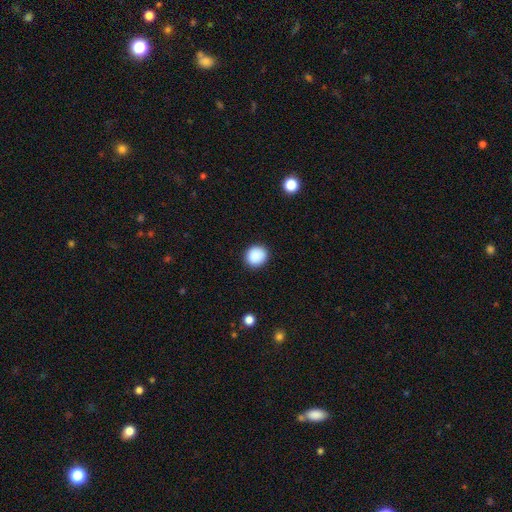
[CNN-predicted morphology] Smooth or featured? Predicted: smooth (p=0.89). How rounded? Predicted: round (p=0.88). Merging? Predicted: none (p=0.91).